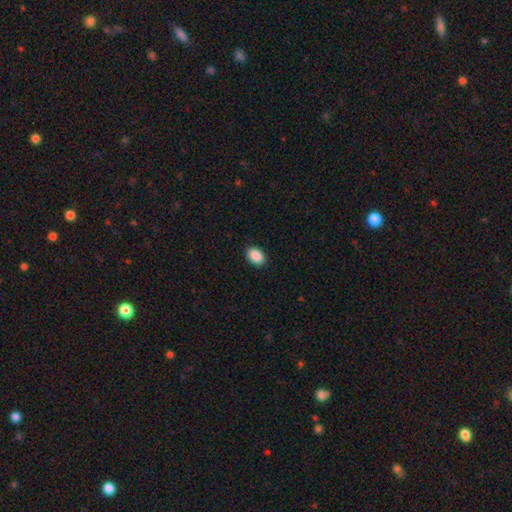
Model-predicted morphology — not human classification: This is clearly a smooth galaxy (90%). How rounded: clearly in between (82%). Merging: clearly none (90%).